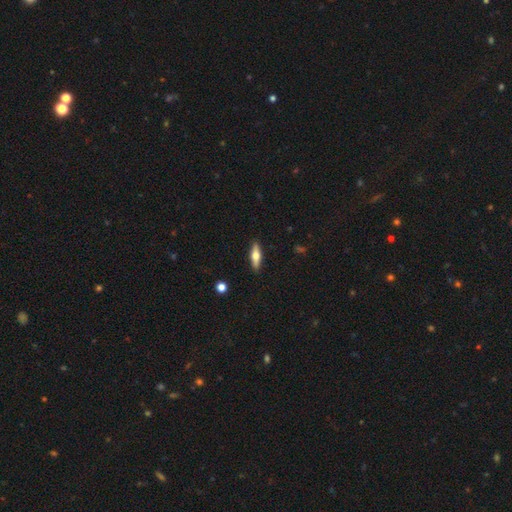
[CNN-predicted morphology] A smooth galaxy with no disk features (48%). Merging: none (90%).